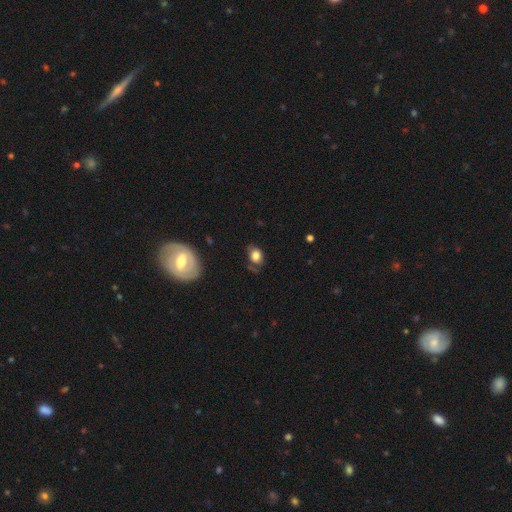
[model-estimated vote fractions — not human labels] The model was most divided on "merging": none: 55%, minor disturbance: 28%, major disturbance: 13%, merger: 3%. More confident: smooth or featured — smooth (73%); how rounded — in between (69%).